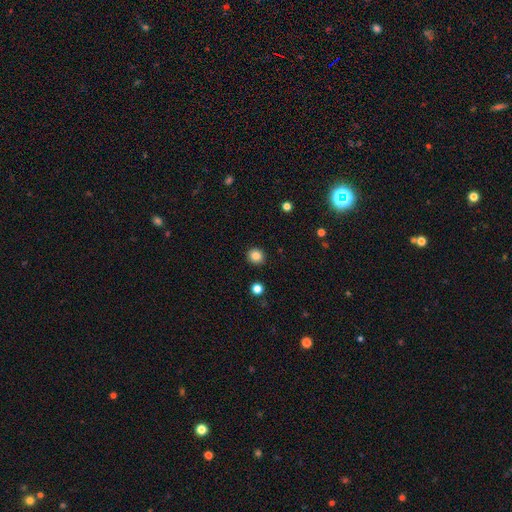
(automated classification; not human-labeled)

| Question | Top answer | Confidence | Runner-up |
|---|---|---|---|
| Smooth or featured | smooth | 84% | star or artifact (11%) |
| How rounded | round | 87% | in between (12%) |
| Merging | none | 91% | minor disturbance (6%) |